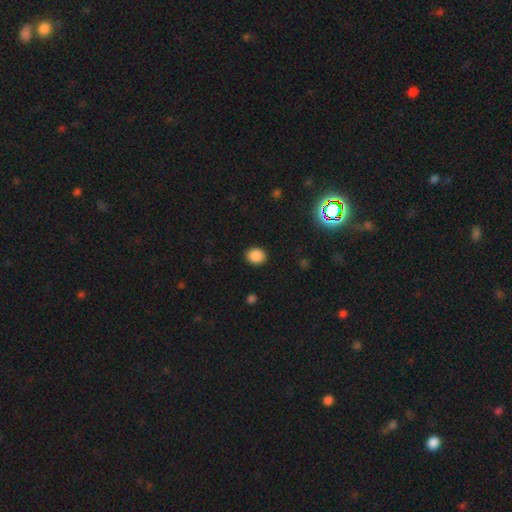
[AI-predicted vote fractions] Morphology: type=smooth (86%); roundness=round (70%); merging=none (90%).